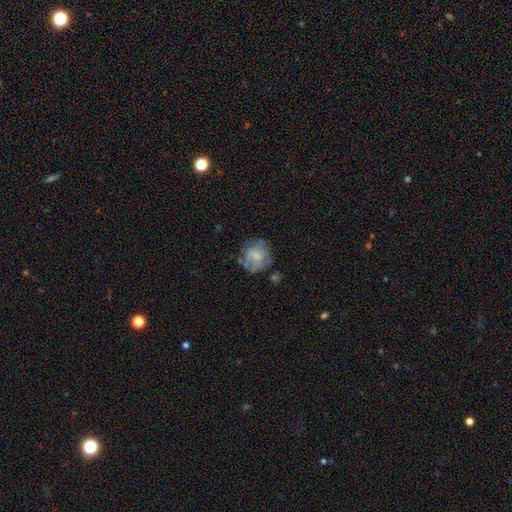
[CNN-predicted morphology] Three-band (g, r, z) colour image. It shows a smooth galaxy with no disk features (54%) that is round (78%). Merging: none (60%).